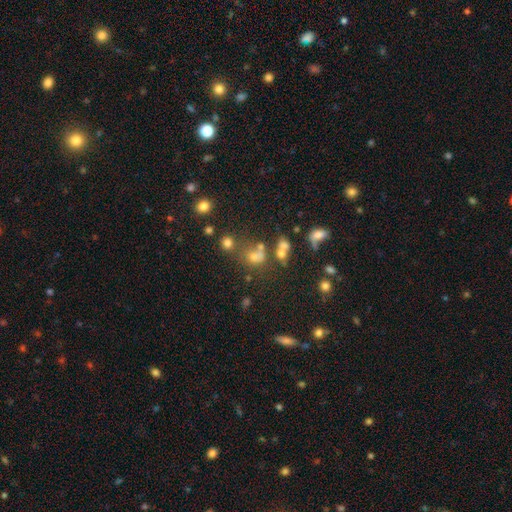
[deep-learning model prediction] This appears to be a smooth galaxy with no disk features (61%) that is round (57%). Merging: none (37%).